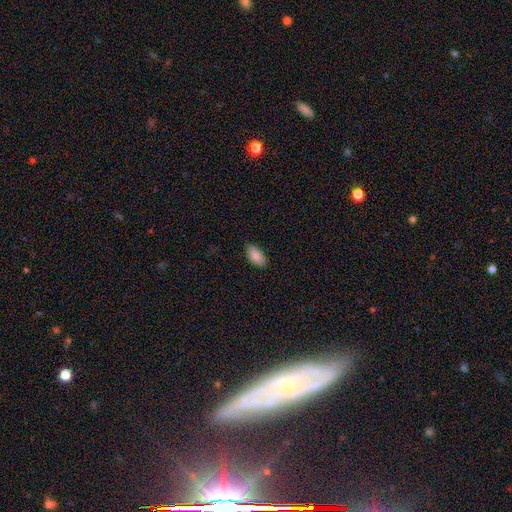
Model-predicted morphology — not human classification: smooth_or_featured: smooth (p=0.87) [alt: star or artifact p=0.07]
how_rounded: in between (p=0.94) [alt: cigar-shaped p=0.03]
merging: none (p=0.85) [alt: minor disturbance p=0.12]